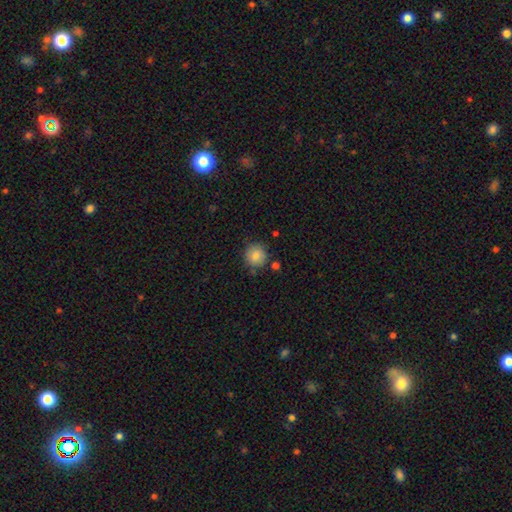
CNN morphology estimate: A smooth galaxy with no disk features (84%) that is round (92%). Merging: none (82%).